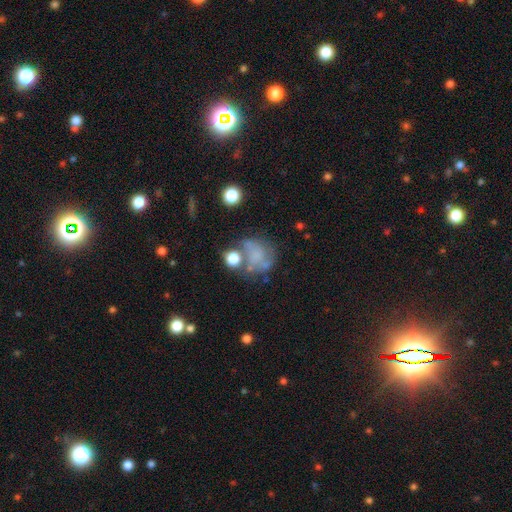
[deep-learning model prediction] Q: Smooth or featured?
A: smooth (44%); runner-up: featured or disk (39%)
Q: Merging?
A: none (41%); runner-up: major disturbance (23%)